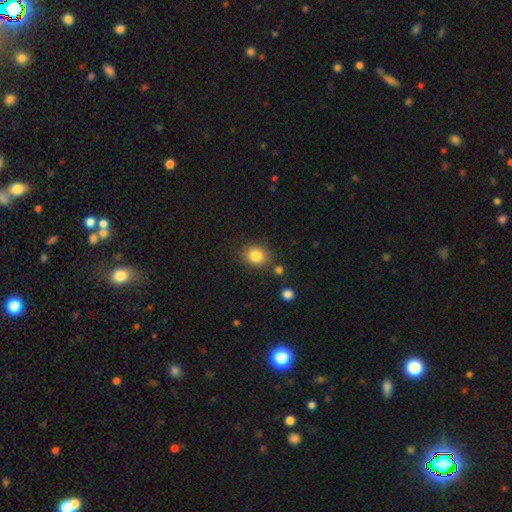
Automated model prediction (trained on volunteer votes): Q: Smooth or featured?
A: smooth (84%); runner-up: star or artifact (10%)
Q: How rounded?
A: round (56%); runner-up: in between (43%)
Q: Merging?
A: none (80%); runner-up: minor disturbance (11%)